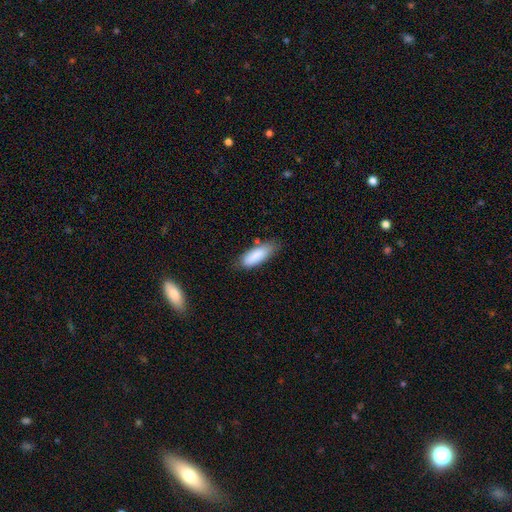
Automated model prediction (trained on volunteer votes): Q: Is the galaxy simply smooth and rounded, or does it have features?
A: smooth — 88%.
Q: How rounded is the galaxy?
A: in between — 71%.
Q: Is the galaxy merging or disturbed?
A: none — 70%.